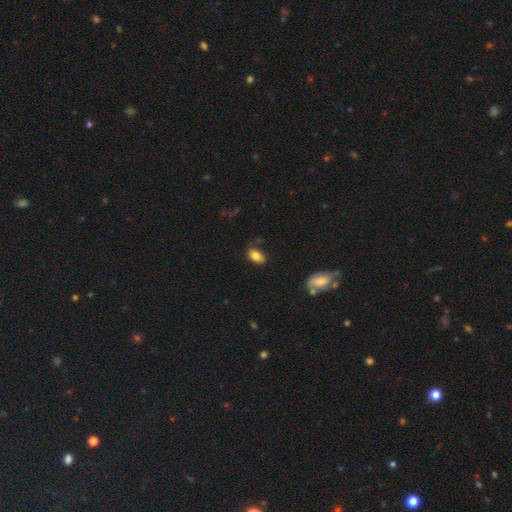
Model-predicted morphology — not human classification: type=smooth (84%); roundness=in between (91%); merging=none (75%).